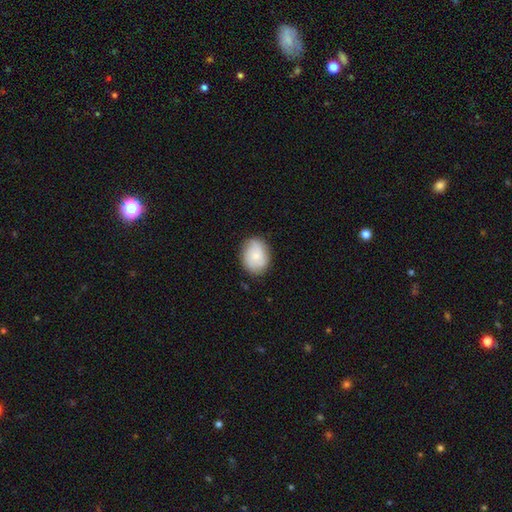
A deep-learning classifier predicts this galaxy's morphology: smooth-or-featured: smooth: 72% | featured or disk: 22% | star or artifact: 7%
  how-rounded: in between: 62% | round: 37% | cigar-shaped: 1%
  merging: none: 81% | minor disturbance: 15% | major disturbance: 3% | merger: 1%